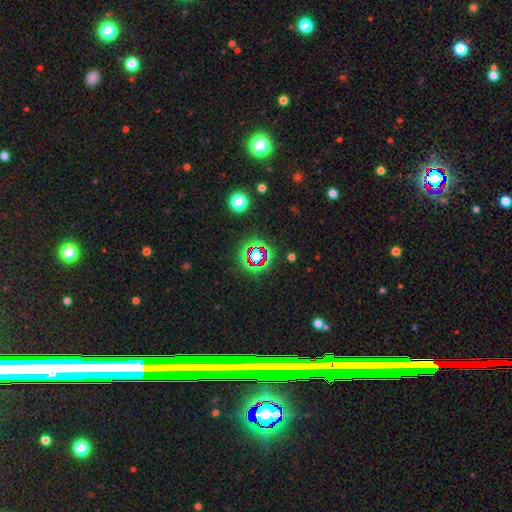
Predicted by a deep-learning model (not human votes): star or artifact 72%, smooth 18%, featured or disk 10%.